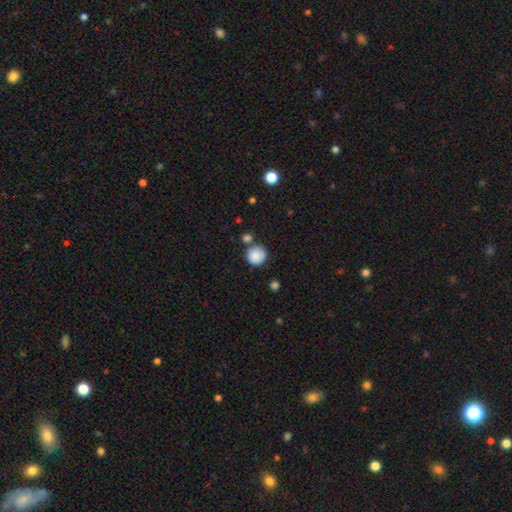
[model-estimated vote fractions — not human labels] A smooth galaxy with no disk features (85%) that is round (93%). Merging: none (66%).